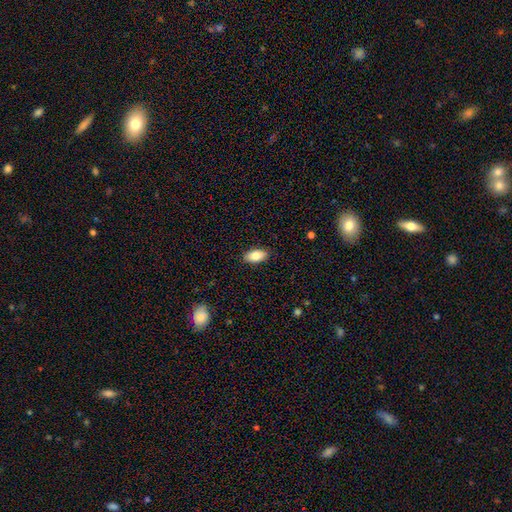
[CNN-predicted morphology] smooth_or_featured: smooth (p=0.83) [alt: featured or disk p=0.10]
how_rounded: in between (p=0.92) [alt: cigar-shaped p=0.05]
merging: none (p=0.89) [alt: minor disturbance p=0.08]